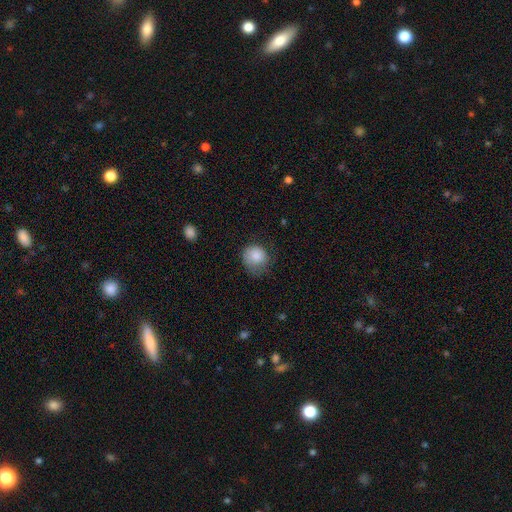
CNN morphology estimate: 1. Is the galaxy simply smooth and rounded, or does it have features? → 83% smooth, 9% featured or disk, 8% star or artifact.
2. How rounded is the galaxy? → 82% round, 17% in between, 1% cigar-shaped.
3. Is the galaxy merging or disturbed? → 51% none, 31% minor disturbance, 16% major disturbance, 1% merger.